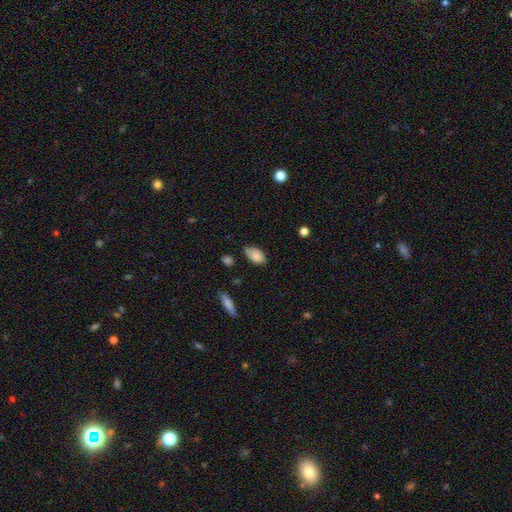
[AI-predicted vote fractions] Q: Smooth or featured?
A: smooth (82%); runner-up: featured or disk (10%)
Q: How rounded?
A: in between (93%); runner-up: round (5%)
Q: Merging?
A: none (66%); runner-up: minor disturbance (27%)